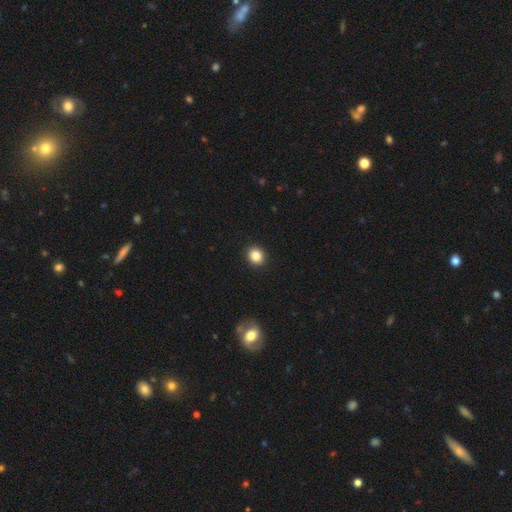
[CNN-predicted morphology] Smooth or featured? smooth (85%)
How rounded? round (73%)
Merging? none (92%)